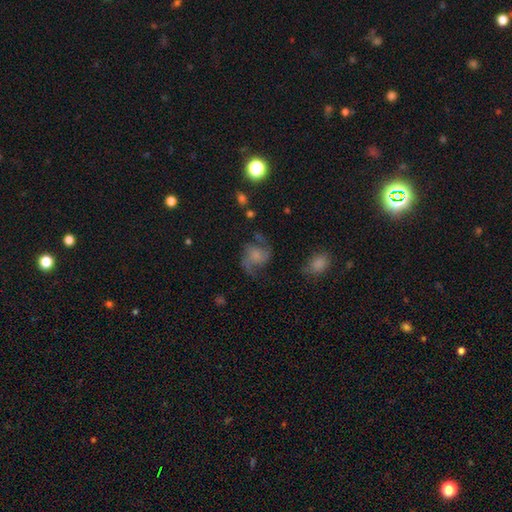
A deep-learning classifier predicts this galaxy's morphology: smooth-or-featured: featured or disk: 65% | smooth: 24% | star or artifact: 11%
  disk-edge-on: no: 98% | yes: 2%
    bar: no: 70% | weak: 26% | strong: 4%
    has-spiral-arms: yes: 91% | no: 9%
      spiral-winding: medium: 44% (tied) | loose: 44% (tied) | tight: 12%
      spiral-arm-count: 2: 77% | can't tell: 8% | 3: 6% | 1: 5% | 4: 2% | more than 4: 2%
    bulge-size: small: 30% | none: 29% | moderate: 26% | large: 12% | dominant: 3%
  merging: none: 56% | minor disturbance: 21% | major disturbance: 20% | merger: 3%